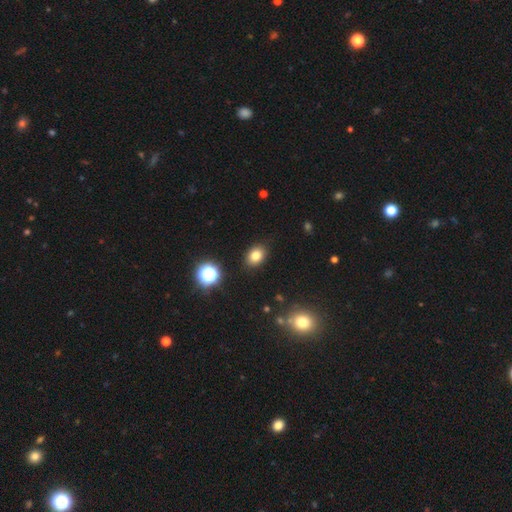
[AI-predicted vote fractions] smooth-or-featured: smooth: 80% | star or artifact: 13% | featured or disk: 7%
  how-rounded: in between: 66% | round: 33% | cigar-shaped: 1%
  merging: none: 88% | minor disturbance: 8% | major disturbance: 2% | merger: 1%